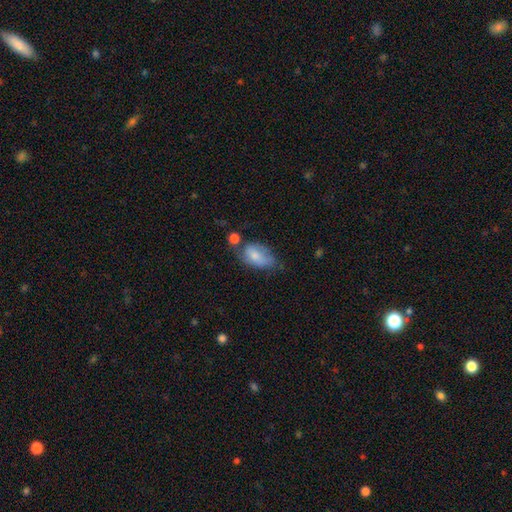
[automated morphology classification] Overall: smooth (73%). How rounded: in between (90%). Merging: none (38%; minor disturbance 33%).